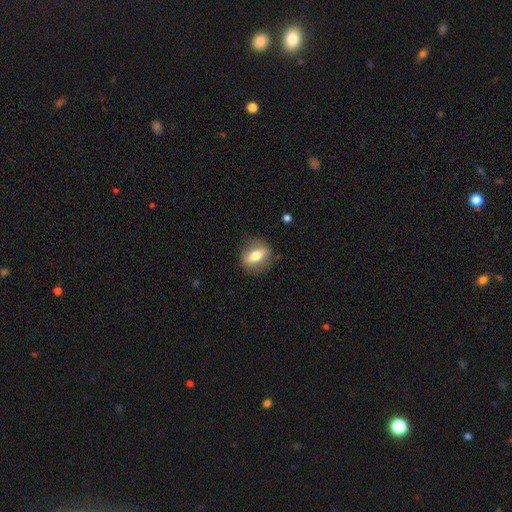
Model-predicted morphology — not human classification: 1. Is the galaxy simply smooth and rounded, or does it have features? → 55% smooth, 38% featured or disk, 7% star or artifact.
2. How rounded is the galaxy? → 60% in between, 31% round, 9% cigar-shaped.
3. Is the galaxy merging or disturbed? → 81% none, 13% minor disturbance, 5% major disturbance, 1% merger.